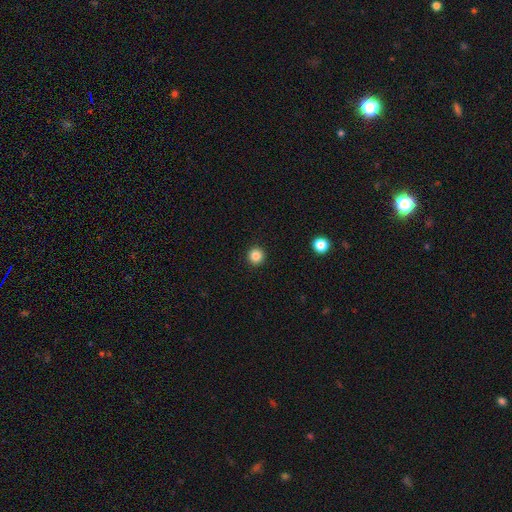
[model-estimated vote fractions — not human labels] Q: Smooth or featured?
A: smooth (85%); runner-up: star or artifact (11%)
Q: How rounded?
A: round (95%); runner-up: in between (4%)
Q: Merging?
A: none (93%); runner-up: minor disturbance (4%)